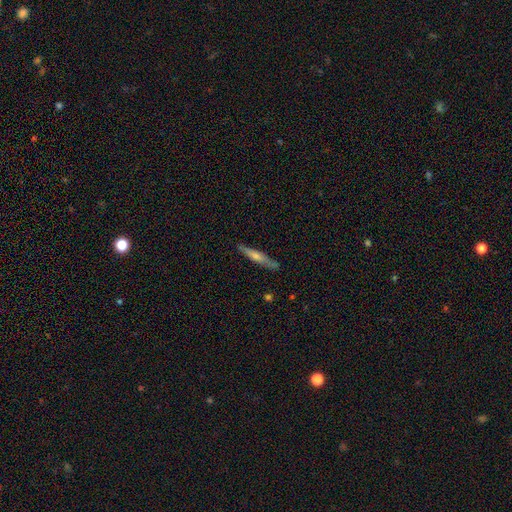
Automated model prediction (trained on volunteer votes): This appears to be a featured or disk galaxy (57%) viewed edge-on (95%) with a rounded central bulge (70%). Merging: none (86%).